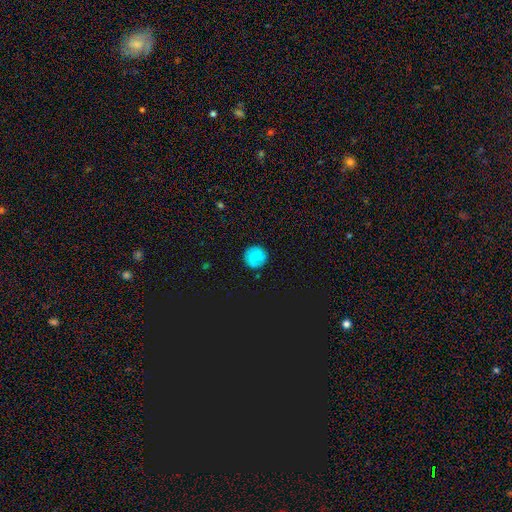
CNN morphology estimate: Smooth or featured? smooth (71%)
How rounded? round (95%)
Merging? none (88%)